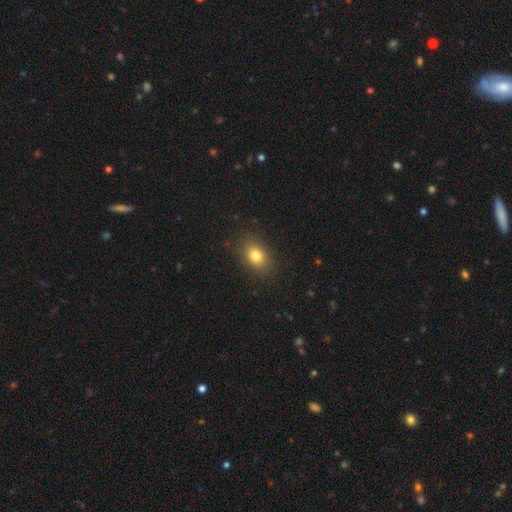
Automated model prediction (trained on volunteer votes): The model was most divided on "how rounded": in between: 75%, round: 23%, cigar-shaped: 1%. More confident: merging — none (87%); smooth or featured — smooth (81%).